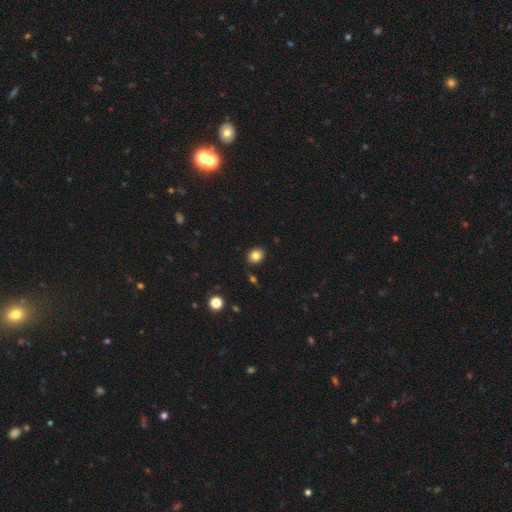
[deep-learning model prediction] This is clearly a smooth galaxy (82%). How rounded: possibly round (51%). Merging: clearly none (85%).